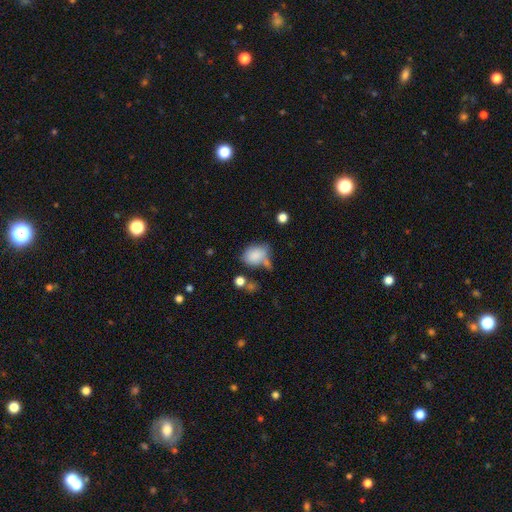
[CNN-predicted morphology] This appears to be a smooth galaxy with no disk features (83%) that is in between round and cigar-shaped (68%). Merging: none (47%).